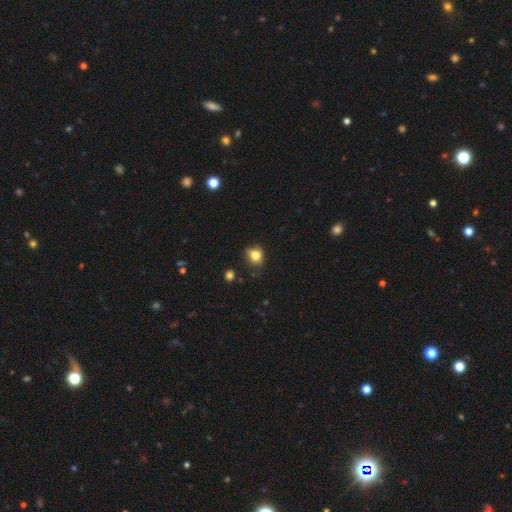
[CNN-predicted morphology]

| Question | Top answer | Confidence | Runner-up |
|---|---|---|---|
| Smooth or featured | smooth | 83% | star or artifact (11%) |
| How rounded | round | 68% | in between (31%) |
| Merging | none | 73% | minor disturbance (21%) |